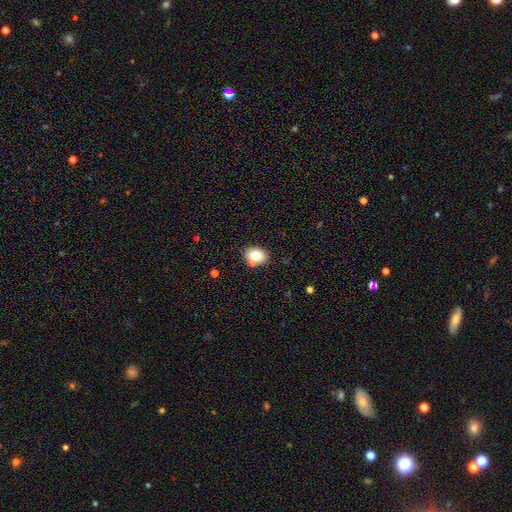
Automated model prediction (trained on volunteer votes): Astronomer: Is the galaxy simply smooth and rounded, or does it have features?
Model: smooth — 80%.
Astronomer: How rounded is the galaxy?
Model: in between — 66%.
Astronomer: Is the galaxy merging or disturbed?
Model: none — 76%.